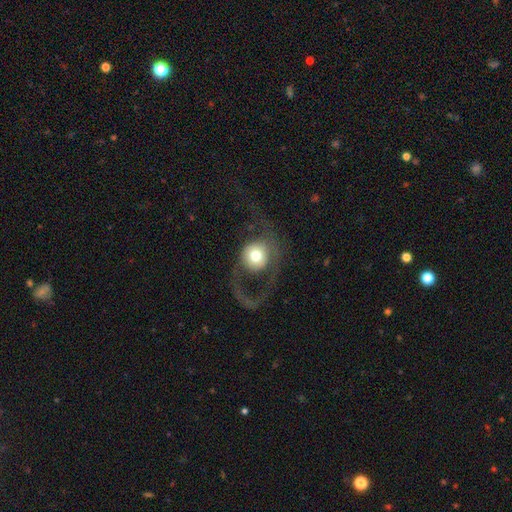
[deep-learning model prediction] Smooth or featured? Predicted: smooth (p=0.49). Merging? Predicted: major disturbance (p=0.55).